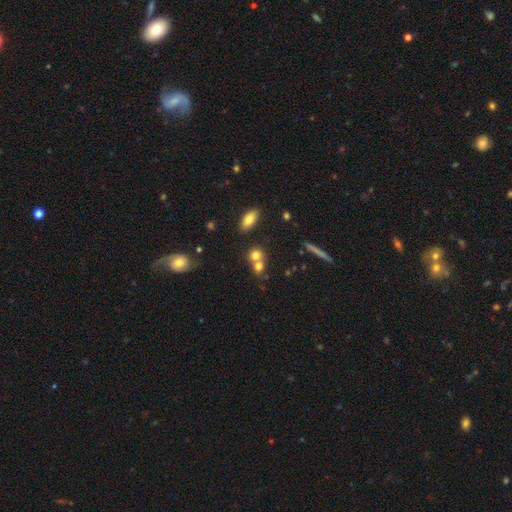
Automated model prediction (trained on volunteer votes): A smooth galaxy with no disk features (73%) that is round (73%). Merging: merger (51%).